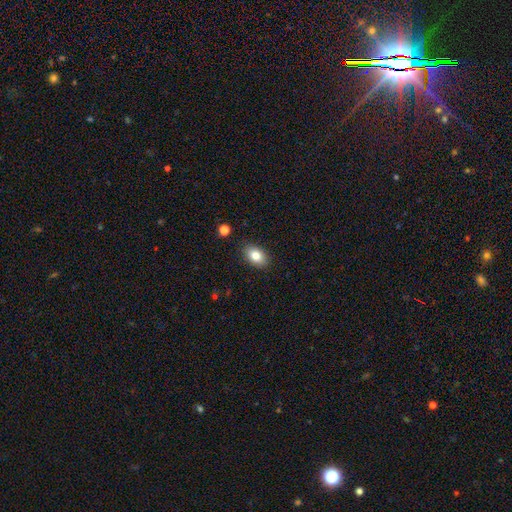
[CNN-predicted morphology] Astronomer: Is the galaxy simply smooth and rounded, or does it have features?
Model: smooth — 82%.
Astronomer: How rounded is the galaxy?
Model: in between — 87%.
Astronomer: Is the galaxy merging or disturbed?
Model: none — 87%.